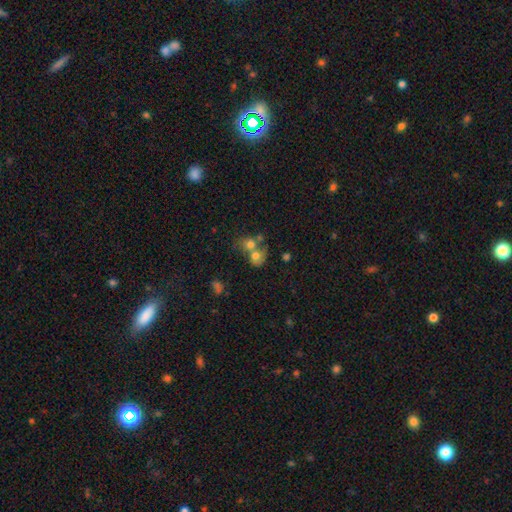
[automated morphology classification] Q: Smooth or featured?
A: smooth (67%); runner-up: featured or disk (21%)
Q: How rounded?
A: round (66%); runner-up: in between (33%)
Q: Merging?
A: merger (66%); runner-up: none (23%)